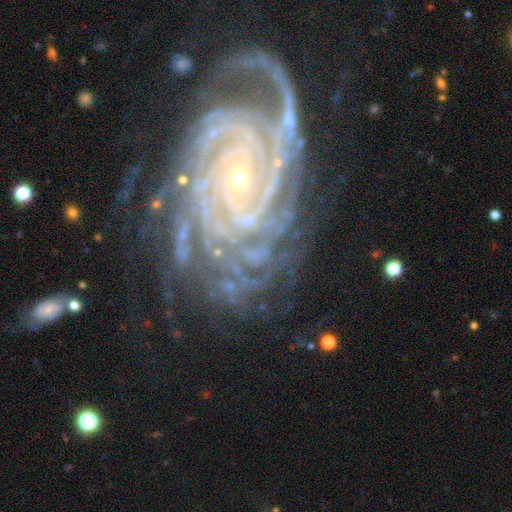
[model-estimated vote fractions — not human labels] Smooth or featured? featured or disk (91%)
Edge-on disk? no (97%)
Bar? no (66%)
Spiral arms? yes (99%)
Spiral winding? tight (83%)
Spiral arm count? more than 4 (35%)
Bulge size? small (83%)
Merging? none (72%)